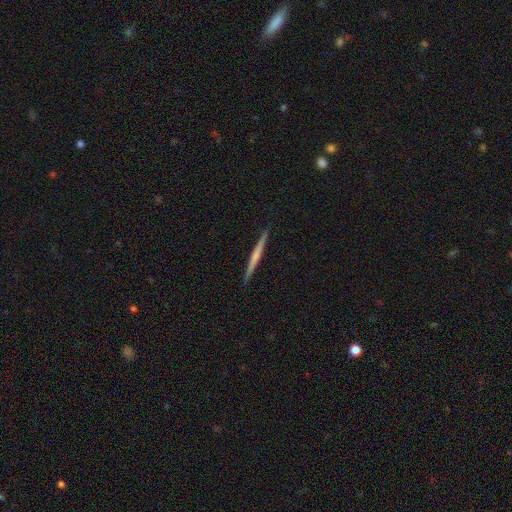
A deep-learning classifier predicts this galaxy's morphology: Q: Smooth or featured?
A: featured or disk (53%); runner-up: smooth (42%)
Q: Edge-on disk?
A: yes (98%); runner-up: no (2%)
Q: Edge-on bulge?
A: none (74%); runner-up: rounded (19%)
Q: Merging?
A: none (92%); runner-up: minor disturbance (6%)